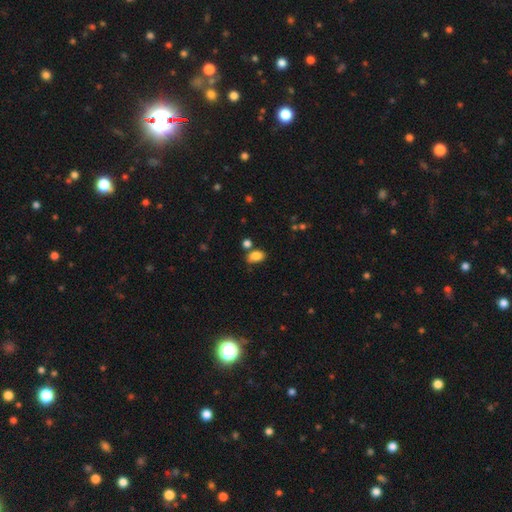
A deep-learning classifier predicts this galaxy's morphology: smooth-or-featured: smooth: 85% | star or artifact: 9% | featured or disk: 6%
  how-rounded: in between: 87% | round: 11% | cigar-shaped: 2%
  merging: none: 67% | minor disturbance: 16% | merger: 12% | major disturbance: 4%